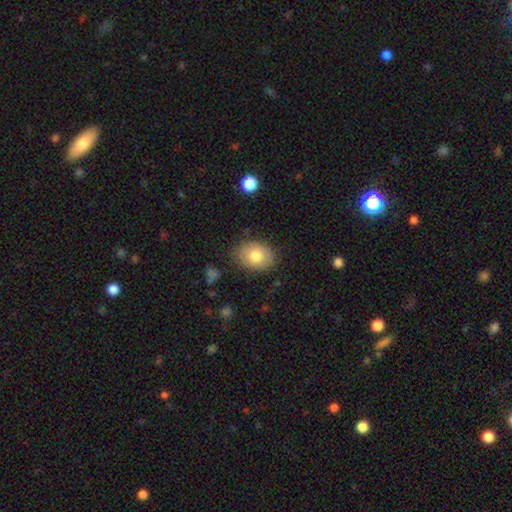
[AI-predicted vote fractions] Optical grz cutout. It shows a smooth galaxy with no disk features (76%) that is in between round and cigar-shaped (68%). Merging: none (82%).